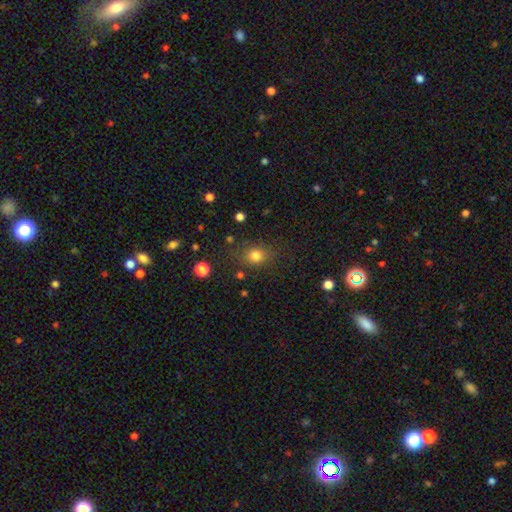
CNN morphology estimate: Smooth or featured? Predicted: smooth (p=0.81). How rounded? Predicted: round (p=0.66). Merging? Predicted: none (p=0.77).